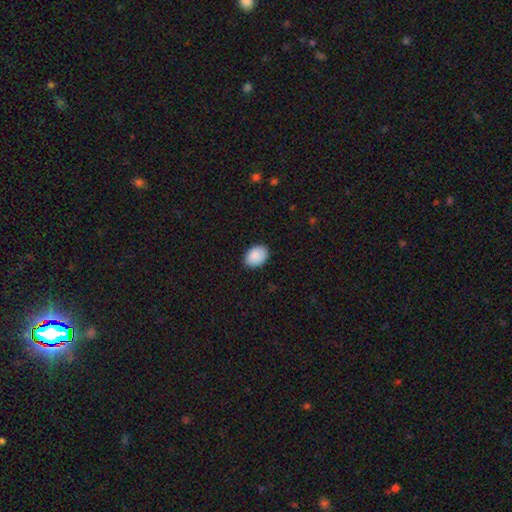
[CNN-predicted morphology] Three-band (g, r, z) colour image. It shows a smooth galaxy with no disk features (90%) that is in between round and cigar-shaped (75%). Merging: none (87%).